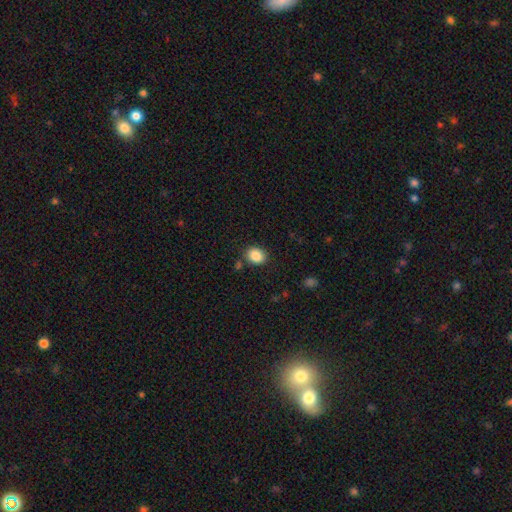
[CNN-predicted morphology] smooth_or_featured: smooth (p=0.87) [alt: star or artifact p=0.09]
how_rounded: round (p=0.51) [alt: in between p=0.48]
merging: none (p=0.84) [alt: minor disturbance p=0.10]